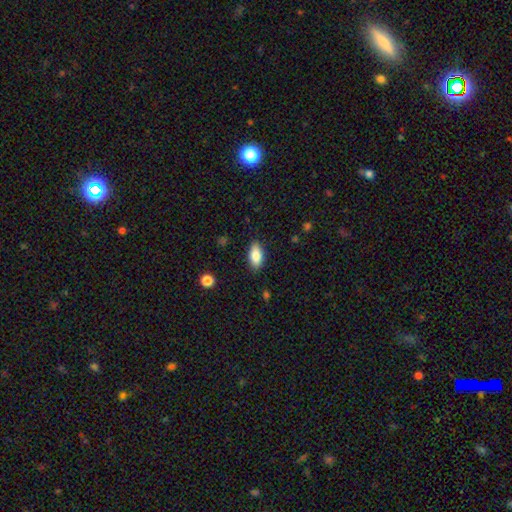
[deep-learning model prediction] A smooth galaxy with no disk features (84%) that is in between round and cigar-shaped (89%).

Vote fractions:
- Smooth or featured? smooth: 84% / featured or disk: 9% / star or artifact: 7%
- How rounded? in between: 89% / cigar-shaped: 8% / round: 3%
- Merging? none: 85% / minor disturbance: 11% / major disturbance: 2% / merger: 1%